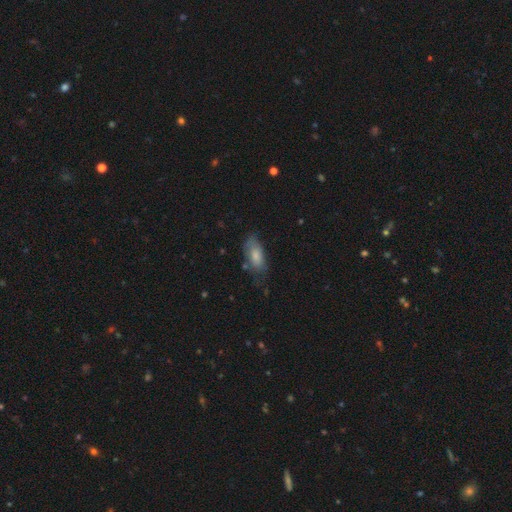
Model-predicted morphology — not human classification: A smooth galaxy with no disk features (77%) that is in between round and cigar-shaped (87%). Merging: none (55%).